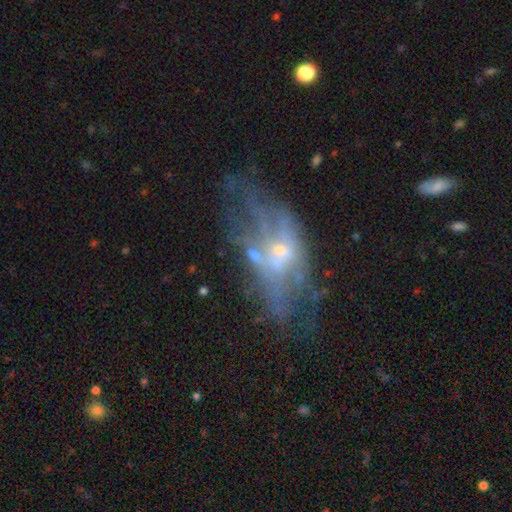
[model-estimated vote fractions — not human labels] Smooth or featured?
  - featured or disk: 62% *
  - smooth: 24%
  - star or artifact: 14%
Edge-on disk?
  - no: 86% *
  - yes: 14%
Bar?
  - no: 76% *
  - weak: 18%
  - strong: 6%
Spiral arms?
  - no: 72% *
  - yes: 28%
Bulge size?
  - small: 59% *
  - moderate: 28%
  - none: 8%
  - large: 3%
  - dominant: 2%
Merging?
  - none: 35% *
  - major disturbance: 34%
  - minor disturbance: 20%
  - merger: 11%